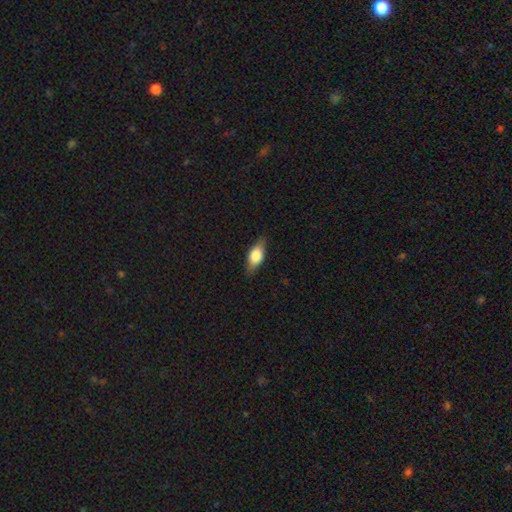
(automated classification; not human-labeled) smooth_or_featured: smooth (p=0.66) [alt: featured or disk p=0.27]
how_rounded: in between (p=0.80) [alt: cigar-shaped p=0.15]
merging: none (p=0.82) [alt: minor disturbance p=0.14]